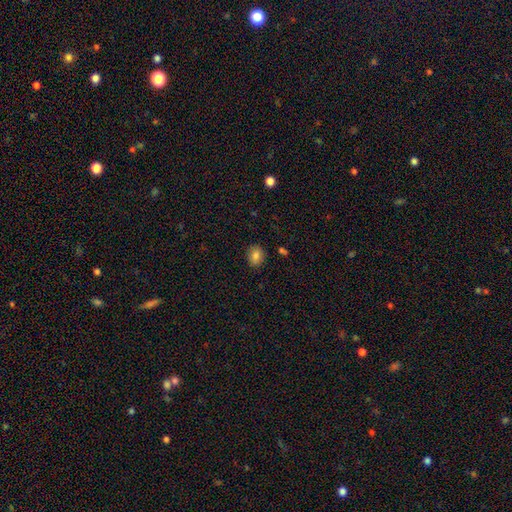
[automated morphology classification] Smooth or featured? smooth (83%)
How rounded? in between (56%)
Merging? none (87%)